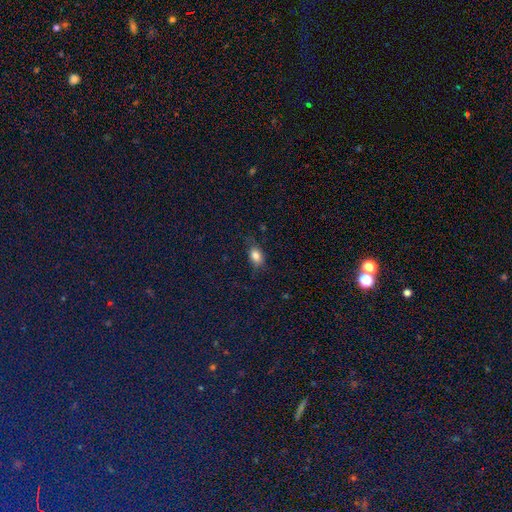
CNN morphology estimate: This is clearly a smooth galaxy (81%). How rounded: likely in between (76%). Merging: likely none (73%).